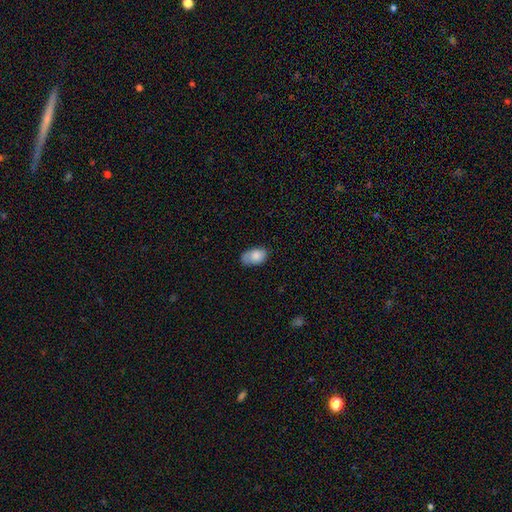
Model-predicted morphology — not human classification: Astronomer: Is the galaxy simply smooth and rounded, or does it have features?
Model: smooth — 80%.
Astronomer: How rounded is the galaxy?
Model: in between — 90%.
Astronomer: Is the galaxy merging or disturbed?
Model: none — 58%.